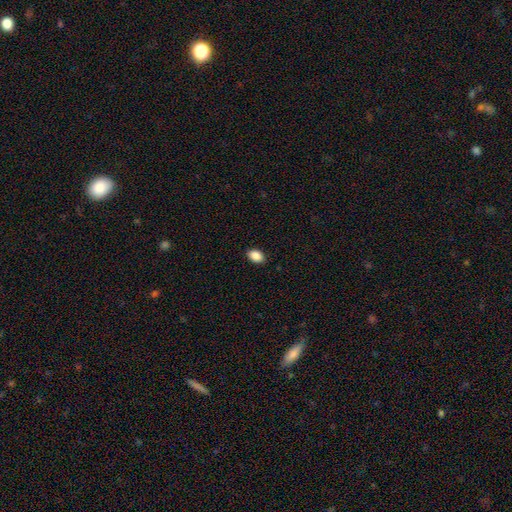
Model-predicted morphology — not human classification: This appears to be a smooth galaxy with no disk features (89%) that is in between round and cigar-shaped (83%). Merging: none (90%).